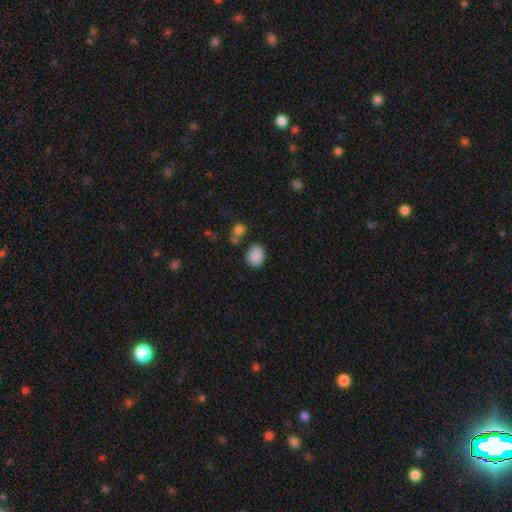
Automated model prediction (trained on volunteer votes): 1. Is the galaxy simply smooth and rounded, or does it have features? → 87% smooth, 9% star or artifact, 4% featured or disk.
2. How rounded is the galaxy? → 51% in between, 48% round, 1% cigar-shaped.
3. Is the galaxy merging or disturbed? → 74% none, 14% minor disturbance, 8% merger, 4% major disturbance.